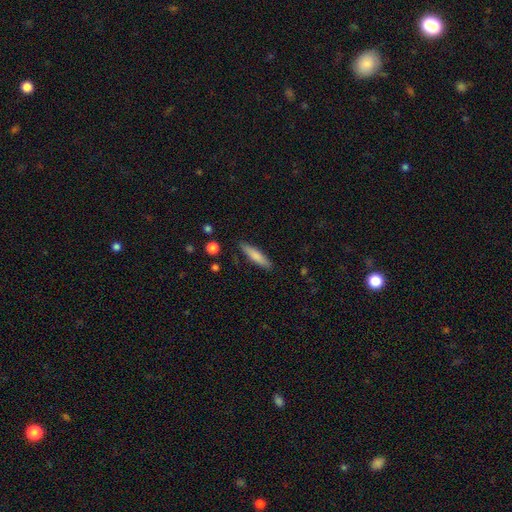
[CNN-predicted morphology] smooth 76%, featured or disk 18%, star or artifact 6%. Down the decision tree: how rounded — cigar-shaped (81%); merging — none (87%).